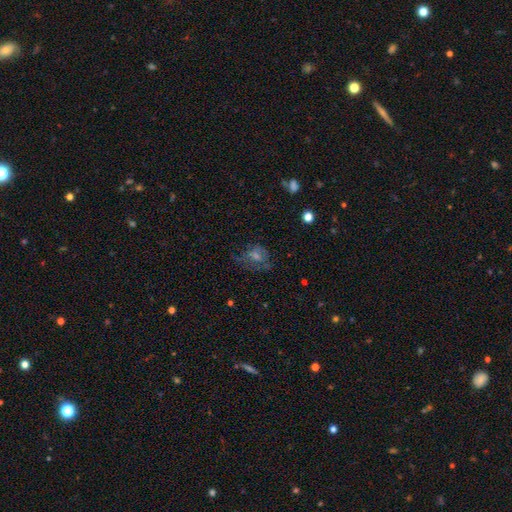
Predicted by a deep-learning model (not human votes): A featured or disk galaxy (40%).

Vote fractions:
- Smooth or featured? featured or disk: 40% / smooth: 34% / star or artifact: 25%
- Merging? none: 55% / minor disturbance: 22% / major disturbance: 21% / merger: 2%